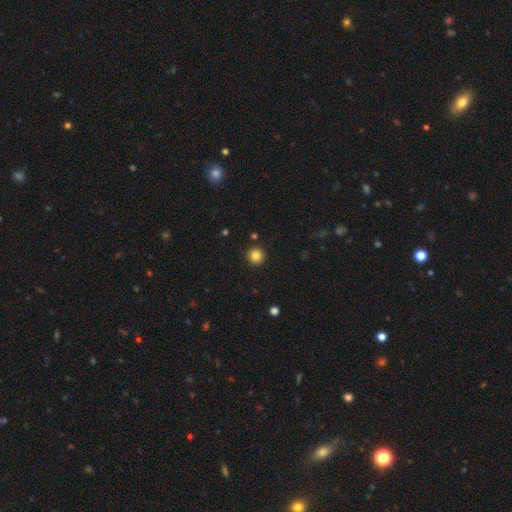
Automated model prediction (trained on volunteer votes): Smooth or featured? Predicted: smooth (p=0.84). How rounded? Predicted: round (p=0.95). Merging? Predicted: none (p=0.91).